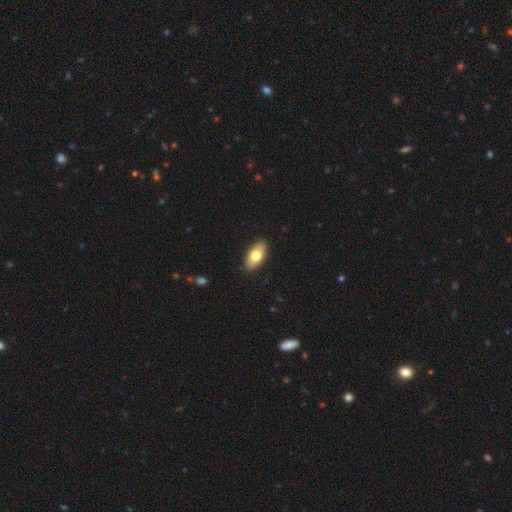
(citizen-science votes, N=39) A smooth galaxy with no disk features (77%) that is in between round and cigar-shaped (93%).

Vote fractions:
- Smooth or featured? smooth: 77% / featured or disk: 18% / star or artifact: 5%
- How rounded? in between: 93% / cigar-shaped: 7% / round: 0%
- Merging? none: 86% / minor disturbance: 11% / major disturbance: 3% / merger: 0%